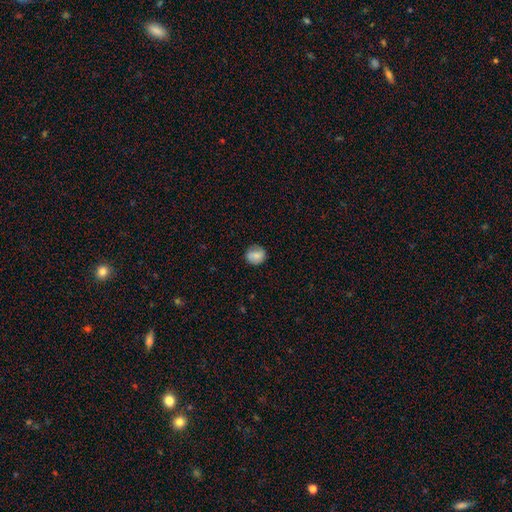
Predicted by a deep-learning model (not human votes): smooth 79%, featured or disk 13%, star or artifact 8%. Down the decision tree: how rounded — round (78%); merging — none (80%).